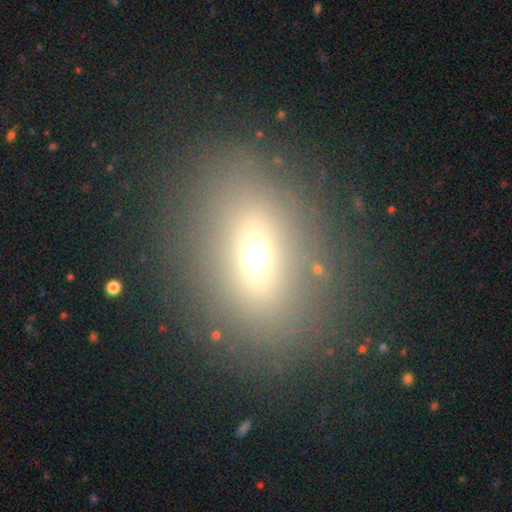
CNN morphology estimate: Smooth or featured: smooth — 60% (star or artifact — 21%)
How rounded: in between — 65% (round — 30%)
Merging: none — 80% (minor disturbance — 10%)